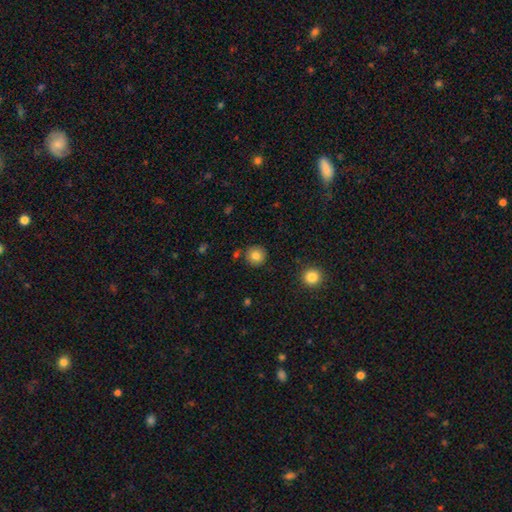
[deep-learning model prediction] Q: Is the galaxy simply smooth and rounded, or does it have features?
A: smooth — 83%.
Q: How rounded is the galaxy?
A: round — 94%.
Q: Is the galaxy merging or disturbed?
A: none — 86%.